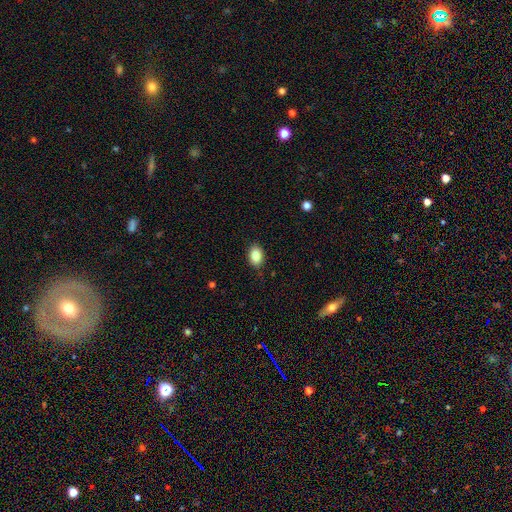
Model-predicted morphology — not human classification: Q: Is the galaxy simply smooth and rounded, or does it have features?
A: smooth — 86%.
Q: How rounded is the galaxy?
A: in between — 79%.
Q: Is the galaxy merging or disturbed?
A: none — 86%.